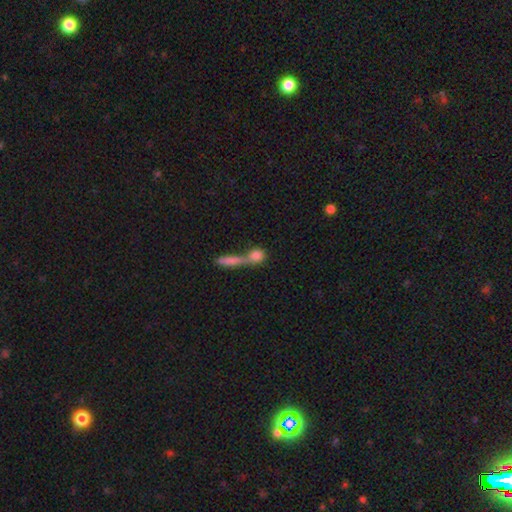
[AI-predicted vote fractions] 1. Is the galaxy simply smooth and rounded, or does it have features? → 77% smooth, 14% featured or disk, 9% star or artifact.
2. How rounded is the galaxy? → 57% round, 26% in between, 17% cigar-shaped.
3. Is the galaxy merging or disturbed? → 50% merger, 34% none, 8% minor disturbance, 7% major disturbance.